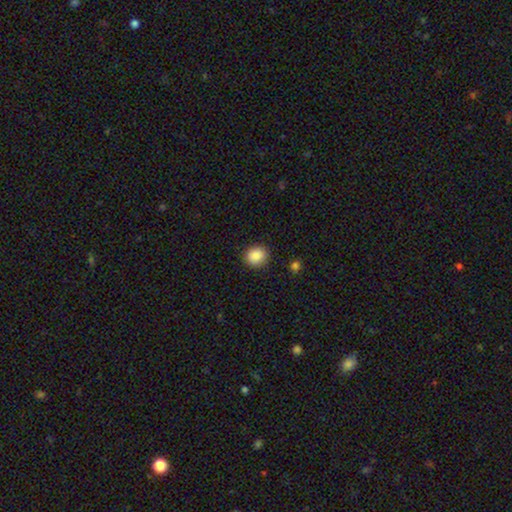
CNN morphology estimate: smooth-or-featured: smooth: 88% | star or artifact: 9% | featured or disk: 3%
  how-rounded: round: 74% | in between: 26% | cigar-shaped: 1%
  merging: none: 88% | minor disturbance: 8% | major disturbance: 2% | merger: 1%